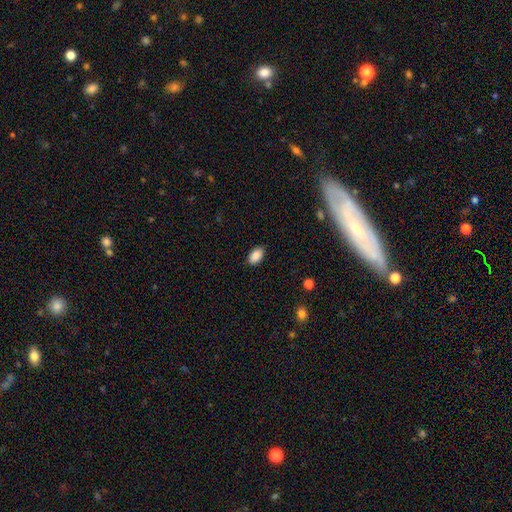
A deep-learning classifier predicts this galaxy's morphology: smooth 89%, star or artifact 8%, featured or disk 3%. Down the decision tree: how rounded — in between (93%); merging — none (87%).